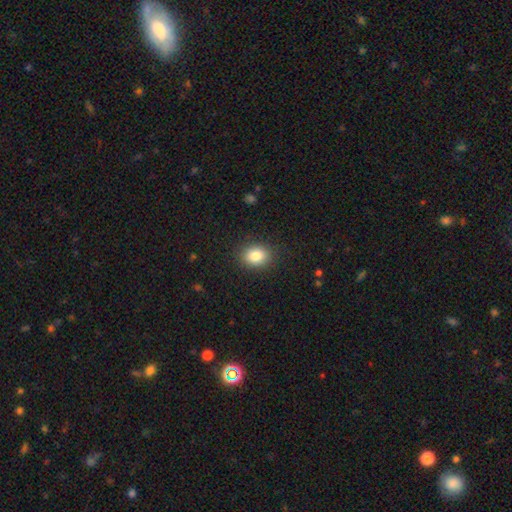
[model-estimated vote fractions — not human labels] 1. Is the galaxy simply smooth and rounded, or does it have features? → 84% smooth, 9% star or artifact, 6% featured or disk.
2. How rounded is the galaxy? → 57% in between, 42% round, 1% cigar-shaped.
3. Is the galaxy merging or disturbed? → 88% none, 8% minor disturbance, 3% major disturbance, 1% merger.